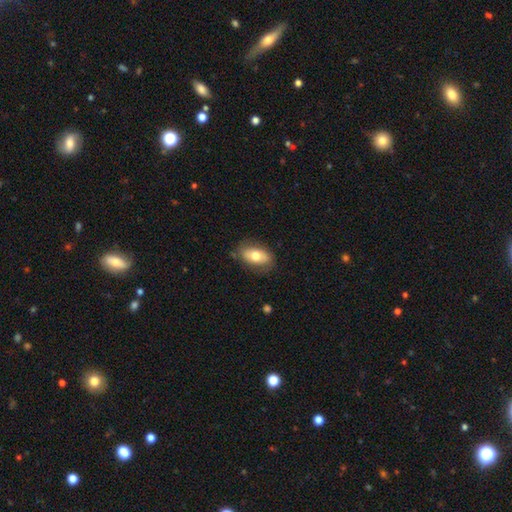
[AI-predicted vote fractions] smooth 66%, featured or disk 28%, star or artifact 7%. Down the decision tree: how rounded — in between (89%); merging — none (77%).